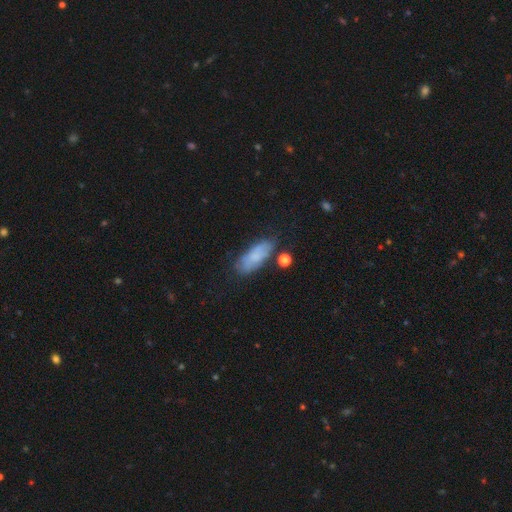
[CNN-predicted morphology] Q: Smooth or featured?
A: smooth (60%); runner-up: featured or disk (31%)
Q: How rounded?
A: in between (77%); runner-up: cigar-shaped (20%)
Q: Merging?
A: none (61%); runner-up: minor disturbance (24%)